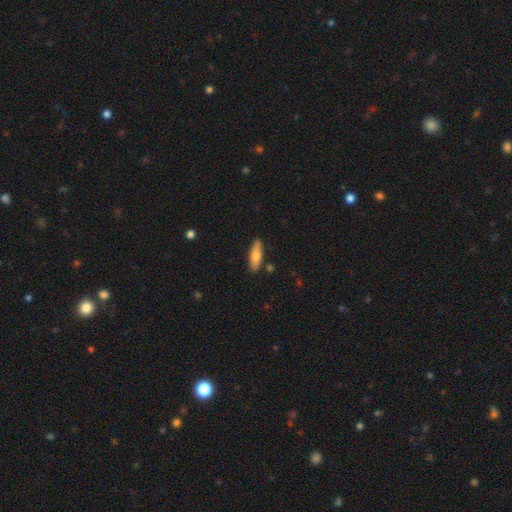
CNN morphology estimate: smooth-or-featured: smooth: 71% | featured or disk: 23% | star or artifact: 6%
  how-rounded: cigar-shaped: 56% | in between: 42% | round: 2%
  merging: none: 86% | minor disturbance: 10% | merger: 3% | major disturbance: 2%